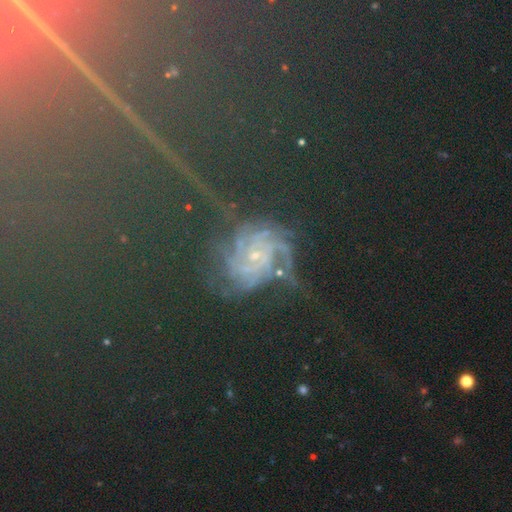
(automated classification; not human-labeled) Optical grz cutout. It shows a star or artifact, not a galaxy (49%).